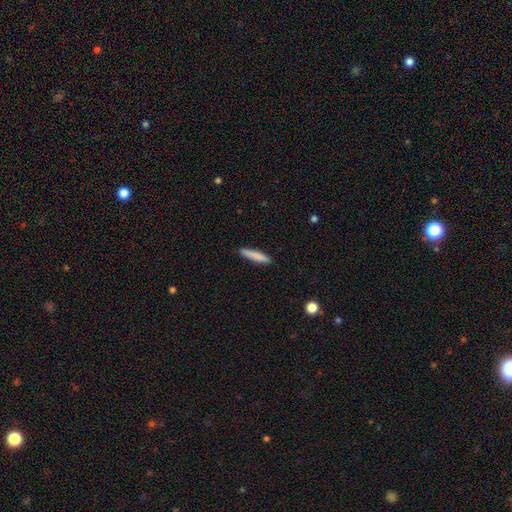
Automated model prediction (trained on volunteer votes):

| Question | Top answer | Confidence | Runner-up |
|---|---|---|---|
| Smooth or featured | smooth | 84% | featured or disk (10%) |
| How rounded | cigar-shaped | 89% | in between (10%) |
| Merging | none | 88% | minor disturbance (9%) |